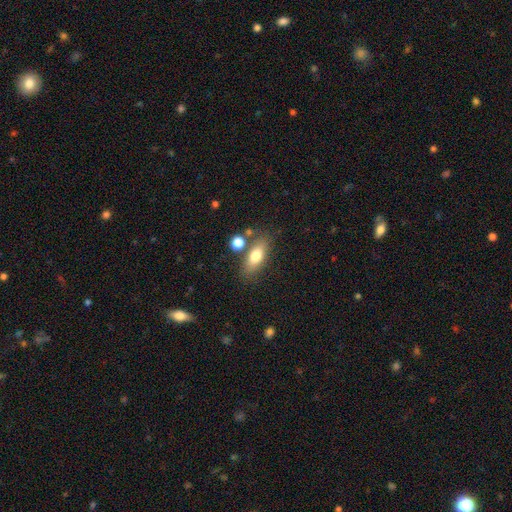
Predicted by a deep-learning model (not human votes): Smooth or featured? smooth (74%)
How rounded? in between (75%)
Merging? none (73%)